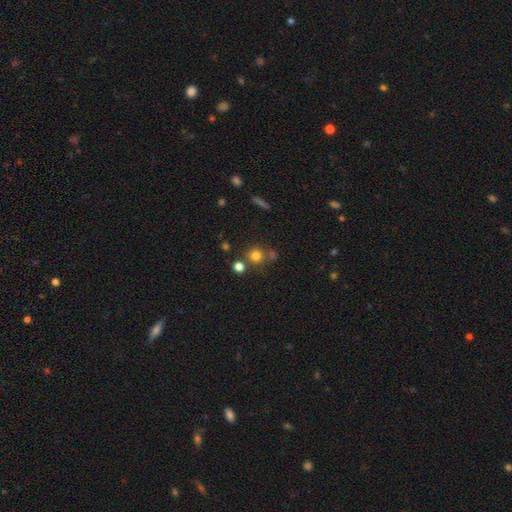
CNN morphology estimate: smooth_or_featured: smooth (p=0.75) [alt: star or artifact p=0.16]
how_rounded: round (p=0.91) [alt: in between p=0.08]
merging: none (p=0.67) [alt: merger p=0.19]